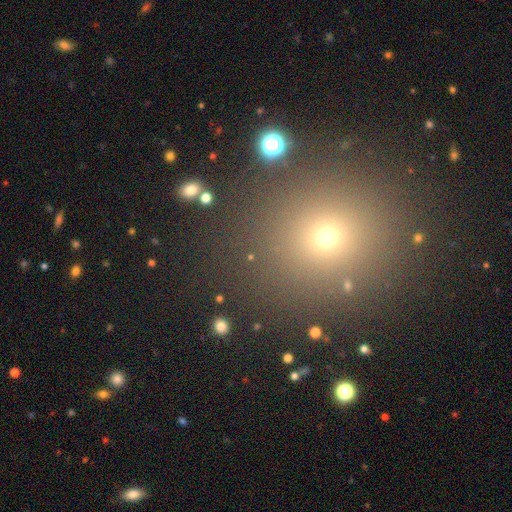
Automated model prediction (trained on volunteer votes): smooth 55%, star or artifact 37%, featured or disk 8%. Down the decision tree: how rounded — round (85%); merging — none (87%).